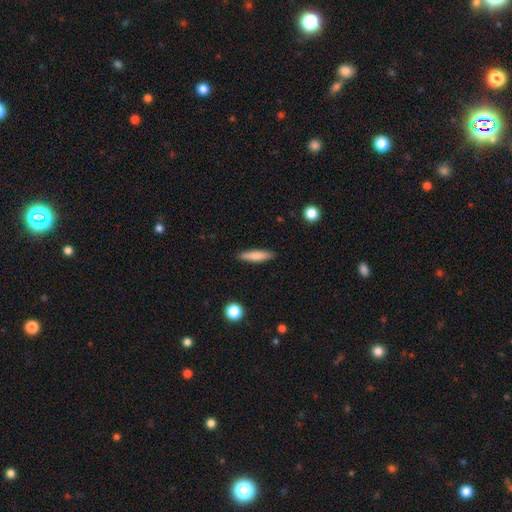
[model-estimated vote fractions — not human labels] Smooth or featured? smooth (80%)
How rounded? cigar-shaped (80%)
Merging? none (89%)